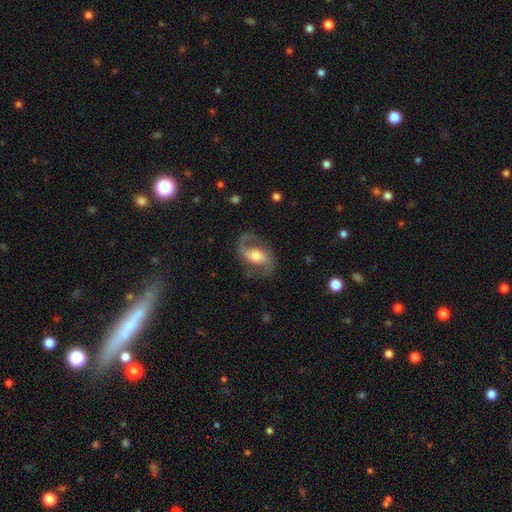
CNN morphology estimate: A featured or disk galaxy (86%) with a weak bar (39%), 2 (90%) medium (47%) spiral arms (95%) and a moderate central bulge (65%).

Vote fractions:
- Smooth or featured? featured or disk: 86% / smooth: 9% / star or artifact: 5%
- Edge-on disk? no: 97% / yes: 3%
- Bar? weak: 39% / strong: 32% / no: 29%
- Spiral arms? yes: 95% / no: 5%
- Spiral winding? medium: 47% / loose: 42% / tight: 11%
- Spiral arm count? 2: 90% / 1: 5% / can't tell: 2% / 3: 1% / 4: 1% / more than 4: 1%
- Bulge size? moderate: 65% / small: 20% / large: 12% / none: 2% / dominant: 1%
- Merging? none: 77% / minor disturbance: 13% / major disturbance: 9% / merger: 1%